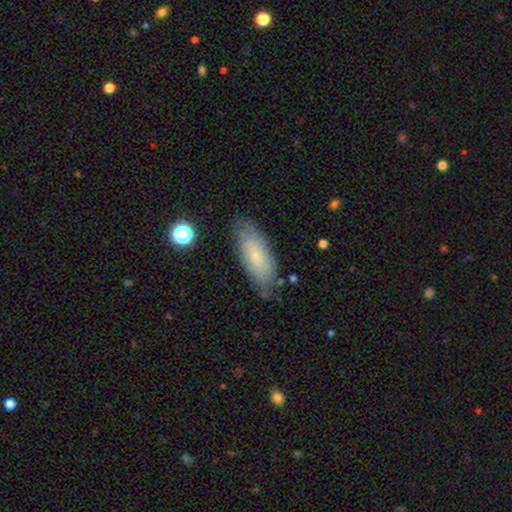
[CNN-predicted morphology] Overall: smooth (60%; featured or disk 32%). How rounded: in between (75%). Merging: none (76%).